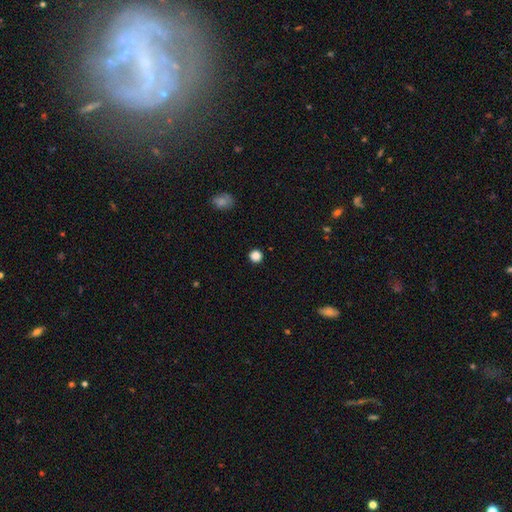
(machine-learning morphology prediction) smooth 85%, star or artifact 12%, featured or disk 3%. Down the decision tree: how rounded — round (95%); merging — none (92%).